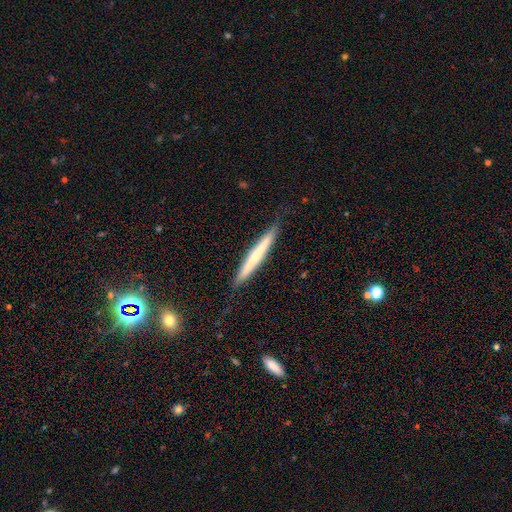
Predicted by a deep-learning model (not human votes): This appears to be a smooth galaxy with no disk features (53%) that is cigar-shaped (96%). Merging: none (85%).